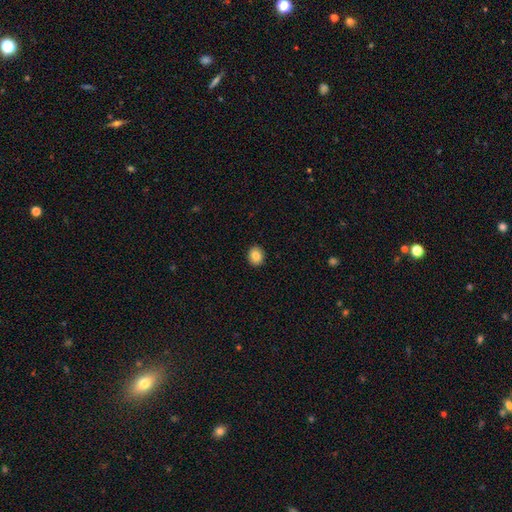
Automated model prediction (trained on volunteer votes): The model was most divided on "how rounded": round: 70%, in between: 29%, cigar-shaped: 1%. More confident: merging — none (92%); smooth or featured — smooth (85%).